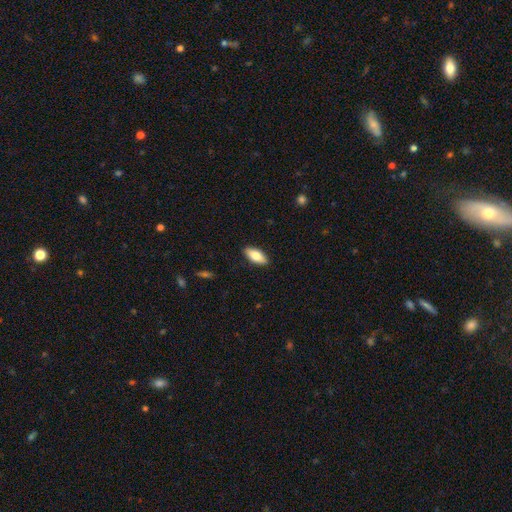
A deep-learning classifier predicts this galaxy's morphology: Overall: smooth (75%). How rounded: in between (82%). Merging: none (89%).